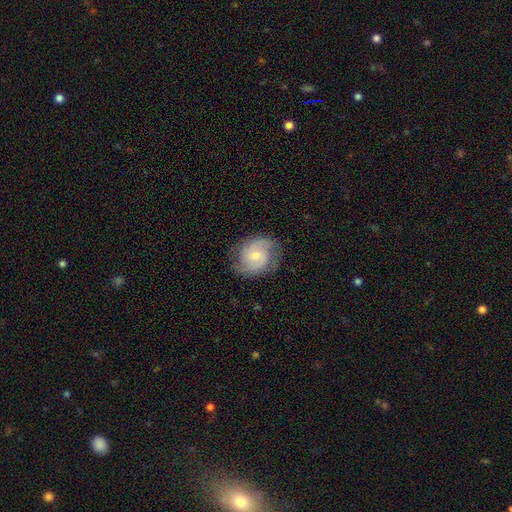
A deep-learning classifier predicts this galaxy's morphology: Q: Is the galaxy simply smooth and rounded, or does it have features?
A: featured or disk — 72%.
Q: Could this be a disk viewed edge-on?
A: no — 98%.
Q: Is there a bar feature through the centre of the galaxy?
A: no — 56%.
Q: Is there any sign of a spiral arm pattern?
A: yes — 93%.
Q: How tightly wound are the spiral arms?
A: medium — 48%.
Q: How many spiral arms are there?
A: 2 — 72%.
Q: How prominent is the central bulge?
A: moderate — 49%.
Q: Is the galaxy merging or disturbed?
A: none — 75%.